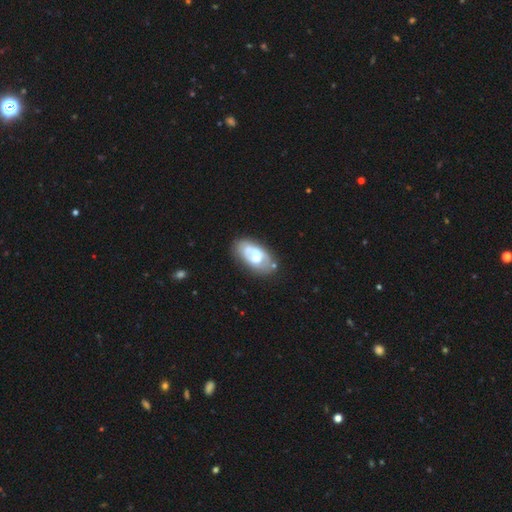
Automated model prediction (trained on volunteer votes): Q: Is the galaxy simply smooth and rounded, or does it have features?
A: featured or disk — 51%.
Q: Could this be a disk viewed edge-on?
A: no — 91%.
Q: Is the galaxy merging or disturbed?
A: none — 61%.